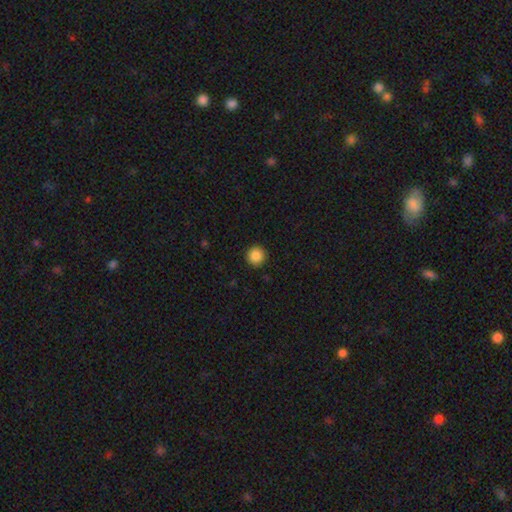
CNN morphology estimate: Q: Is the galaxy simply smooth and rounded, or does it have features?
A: smooth — 87%.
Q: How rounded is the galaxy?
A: round — 96%.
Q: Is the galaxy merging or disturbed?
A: none — 93%.